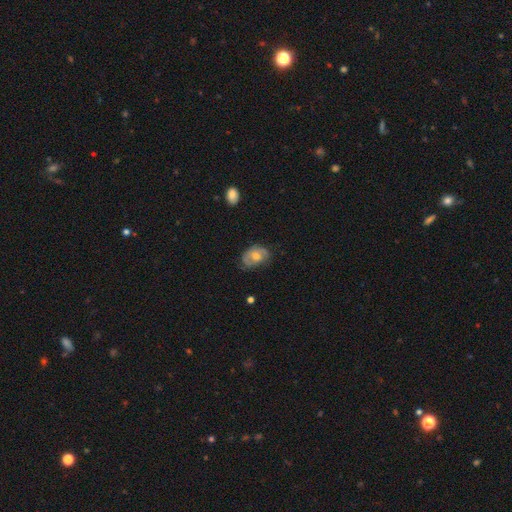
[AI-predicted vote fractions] Smooth or featured? featured or disk (47%)
Merging? none (58%)